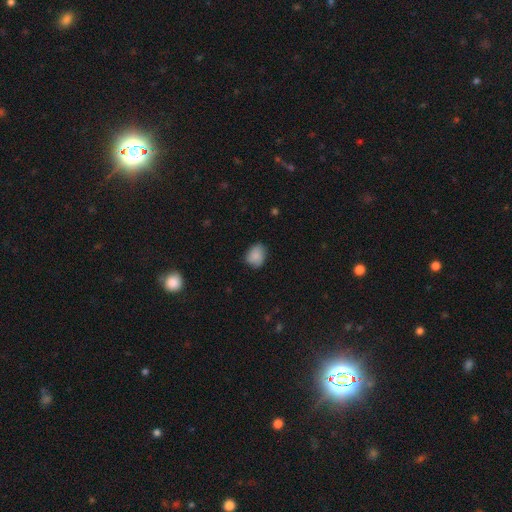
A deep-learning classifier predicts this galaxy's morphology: This appears to be a smooth galaxy with no disk features (85%) that is round (50%). Merging: none (76%).